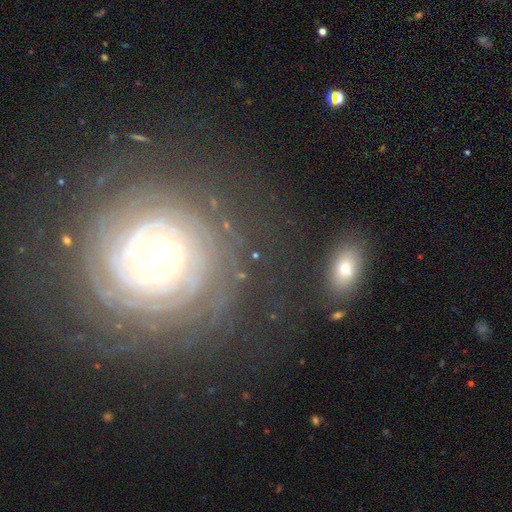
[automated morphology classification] A featured or disk galaxy (51%). Merging: none (80%).